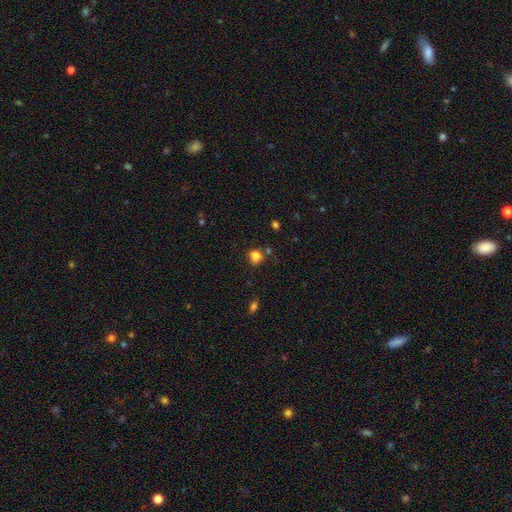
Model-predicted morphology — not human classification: smooth 81%, star or artifact 13%, featured or disk 6%. Down the decision tree: how rounded — round (64%); merging — none (67%).